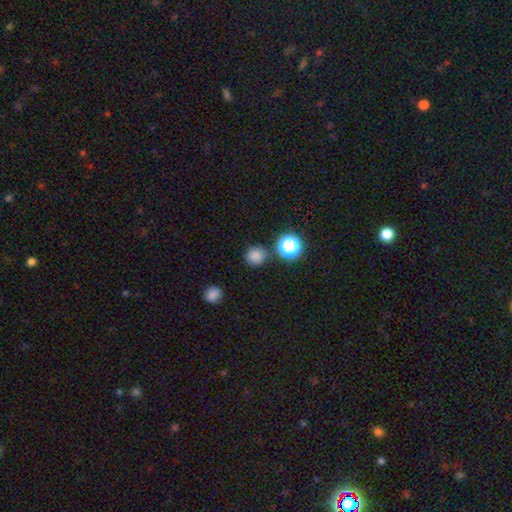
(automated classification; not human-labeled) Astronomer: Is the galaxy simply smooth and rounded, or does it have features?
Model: smooth — 79%.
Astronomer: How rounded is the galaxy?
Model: round — 91%.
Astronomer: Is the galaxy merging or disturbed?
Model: none — 82%.